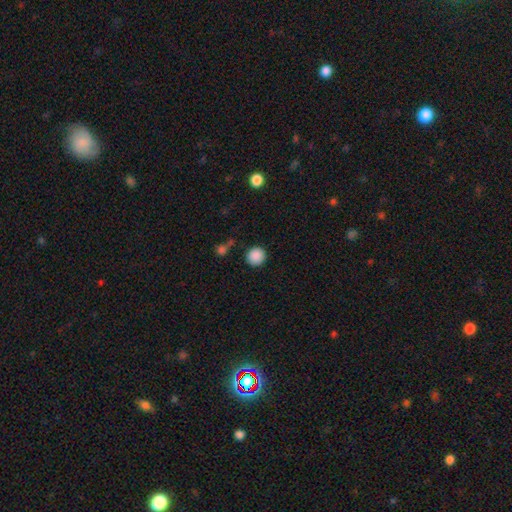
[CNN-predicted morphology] Smooth or featured? Predicted: smooth (p=0.88). How rounded? Predicted: round (p=0.94). Merging? Predicted: none (p=0.86).